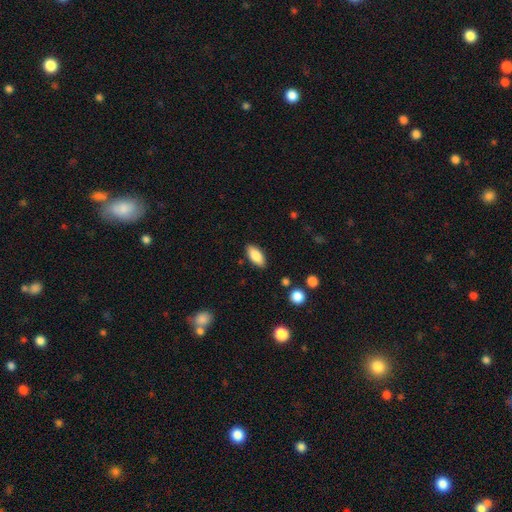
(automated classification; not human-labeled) This is clearly a smooth galaxy (84%). How rounded: clearly in between (87%). Merging: clearly none (87%).